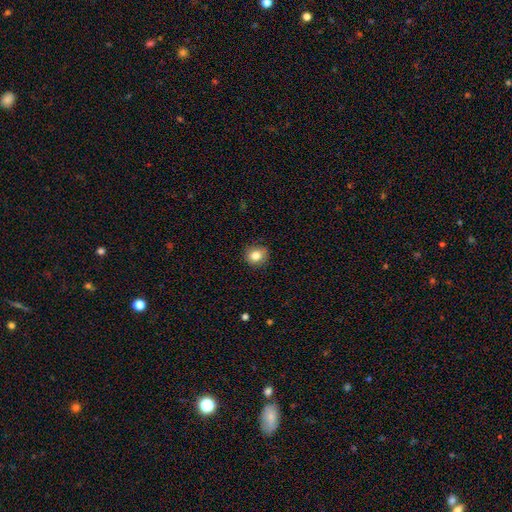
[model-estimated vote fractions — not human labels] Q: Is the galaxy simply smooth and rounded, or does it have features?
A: smooth — 83%.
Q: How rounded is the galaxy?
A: round — 82%.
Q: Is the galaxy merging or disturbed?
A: none — 83%.